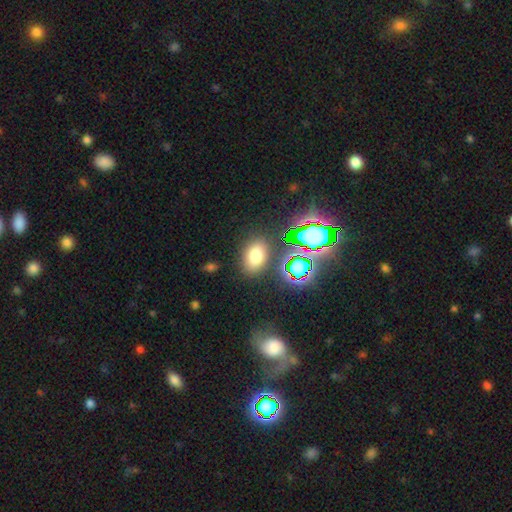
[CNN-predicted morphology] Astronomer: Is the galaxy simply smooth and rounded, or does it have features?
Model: smooth — 71%.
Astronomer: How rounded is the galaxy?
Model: in between — 82%.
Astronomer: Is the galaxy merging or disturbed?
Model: none — 84%.